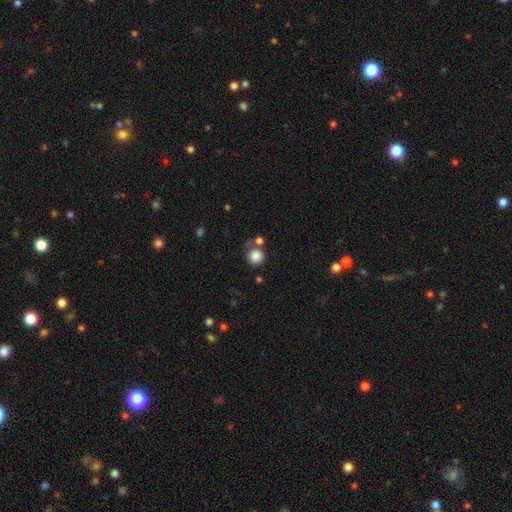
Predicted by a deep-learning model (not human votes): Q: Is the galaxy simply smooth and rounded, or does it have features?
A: smooth — 85%.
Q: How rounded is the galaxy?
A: round — 92%.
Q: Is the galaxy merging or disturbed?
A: none — 67%.